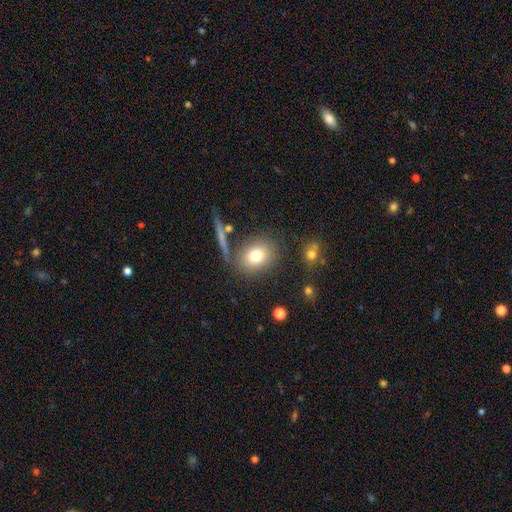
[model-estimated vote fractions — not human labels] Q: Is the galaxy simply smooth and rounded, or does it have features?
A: smooth — 74%.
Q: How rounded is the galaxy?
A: round — 62%.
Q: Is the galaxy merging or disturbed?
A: none — 76%.